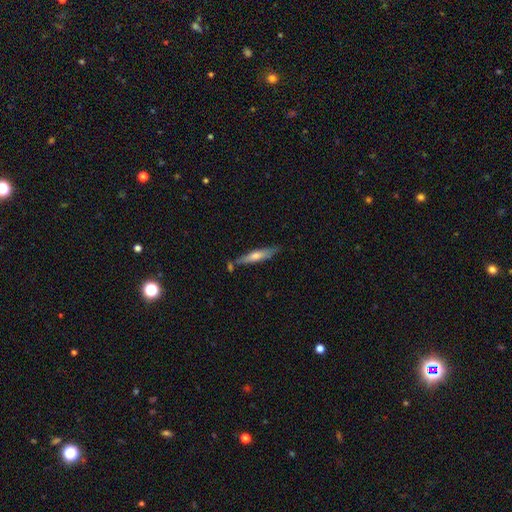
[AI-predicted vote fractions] A smooth galaxy with no disk features (47%, tied with featured or disk). Merging: none (77%).